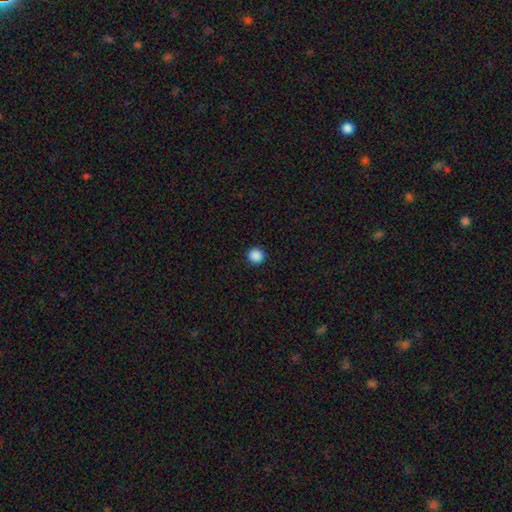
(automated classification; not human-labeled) This is clearly a smooth galaxy (88%). How rounded: clearly round (94%). Merging: clearly none (93%).